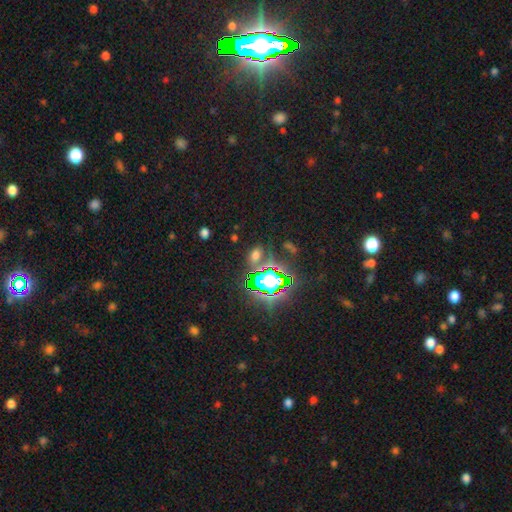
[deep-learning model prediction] Q: Smooth or featured?
A: smooth (46%); runner-up: star or artifact (44%)
Q: Merging?
A: none (73%); runner-up: minor disturbance (13%)